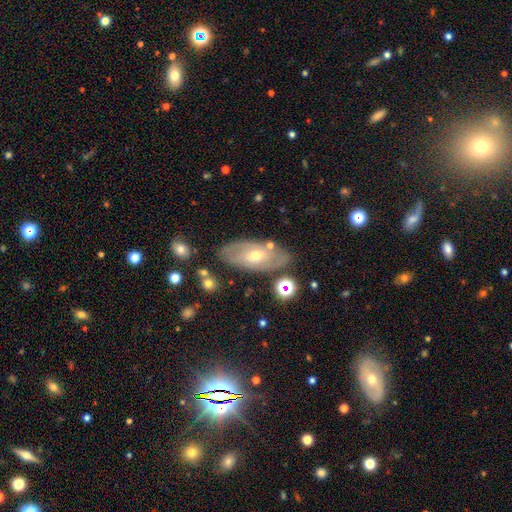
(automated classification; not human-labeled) Q: Smooth or featured?
A: featured or disk (64%); runner-up: smooth (27%)
Q: Edge-on disk?
A: no (85%); runner-up: yes (15%)
Q: Bar?
A: no (56%); runner-up: weak (33%)
Q: Spiral arms?
A: yes (61%); runner-up: no (39%)
Q: Bulge size?
A: moderate (51%); runner-up: small (46%)
Q: Merging?
A: none (77%); runner-up: minor disturbance (15%)